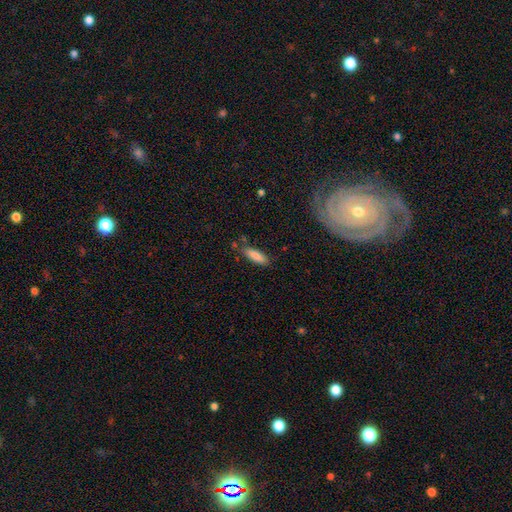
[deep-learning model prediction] A smooth galaxy with no disk features (85%) that is cigar-shaped (55%).

Vote fractions:
- Smooth or featured? smooth: 85% / featured or disk: 8% / star or artifact: 7%
- How rounded? cigar-shaped: 55% / in between: 43% / round: 2%
- Merging? none: 78% / minor disturbance: 14% / merger: 4% / major disturbance: 3%